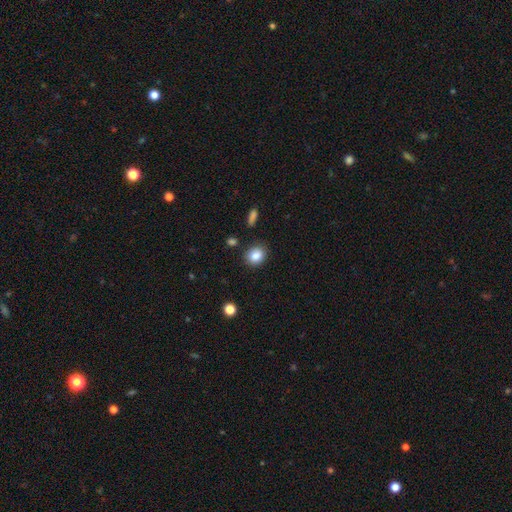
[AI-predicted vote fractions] smooth-or-featured: smooth: 85% | star or artifact: 9% | featured or disk: 5%
  how-rounded: round: 66% | in between: 33% | cigar-shaped: 1%
  merging: none: 84% | minor disturbance: 10% | merger: 3% | major disturbance: 3%